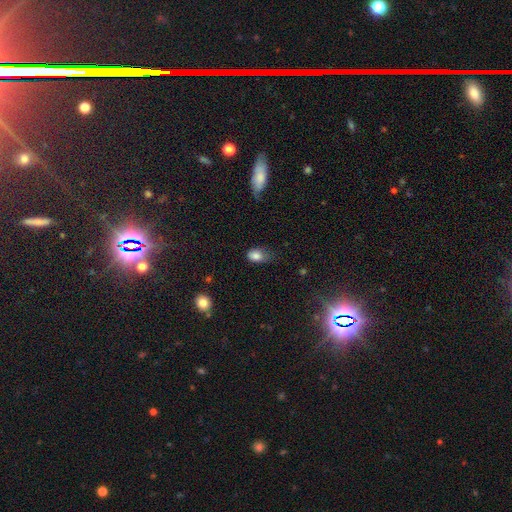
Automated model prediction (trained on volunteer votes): Smooth or featured?
  - smooth: 82% *
  - star or artifact: 10%
  - featured or disk: 8%
How rounded?
  - in between: 84% *
  - round: 14%
  - cigar-shaped: 2%
Merging?
  - minor disturbance: 41% *
  - none: 40%
  - major disturbance: 17%
  - merger: 2%